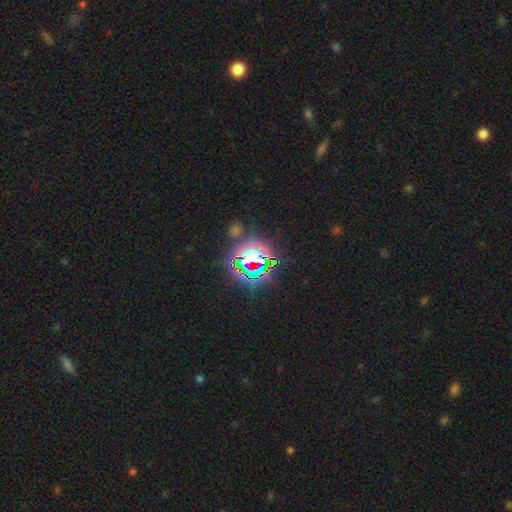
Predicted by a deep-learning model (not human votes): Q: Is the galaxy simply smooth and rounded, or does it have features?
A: star or artifact — 82%.